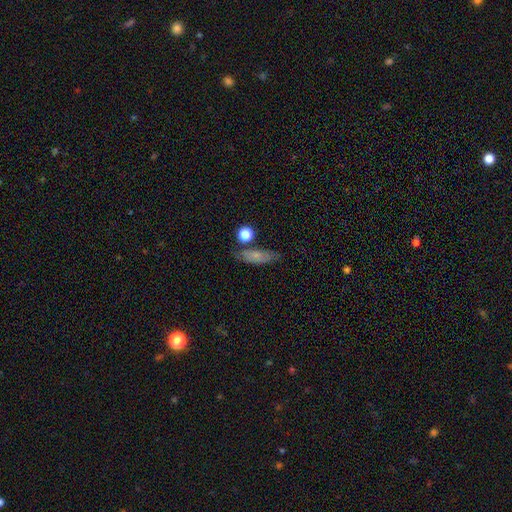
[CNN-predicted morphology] Smooth or featured: smooth — 69% (featured or disk — 21%)
How rounded: in between — 61% (cigar-shaped — 30%)
Merging: none — 65% (minor disturbance — 20%)